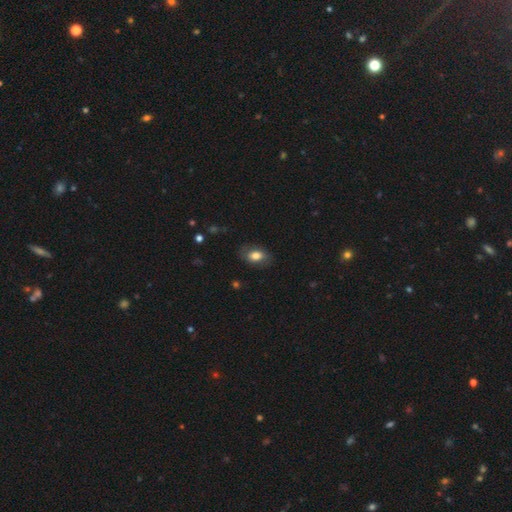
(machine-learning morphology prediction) Smooth or featured? smooth (78%)
How rounded? in between (84%)
Merging? none (78%)